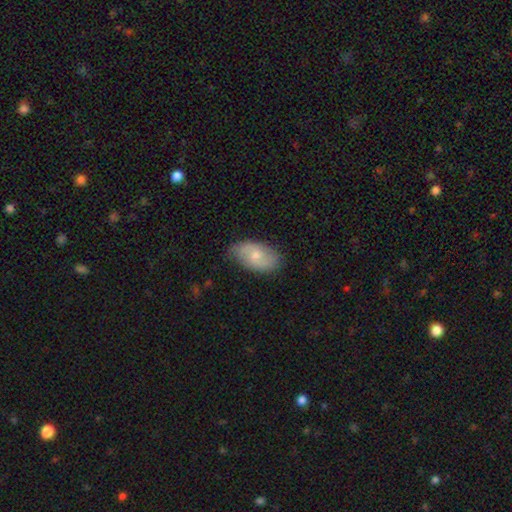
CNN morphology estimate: Overall: smooth (54%; featured or disk 40%). How rounded: in between (93%). Merging: none (74%).